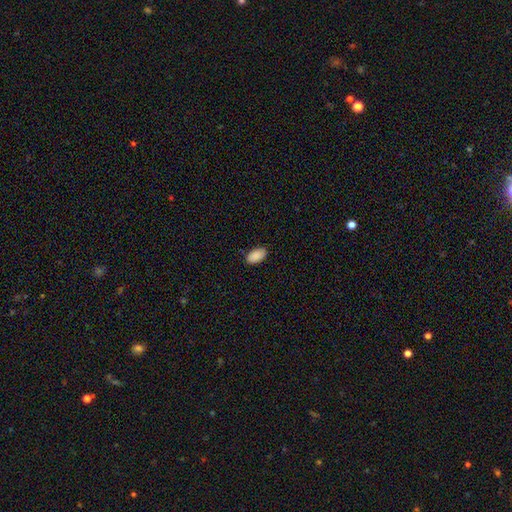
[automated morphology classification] Overall: smooth (90%). How rounded: in between (95%). Merging: none (86%).